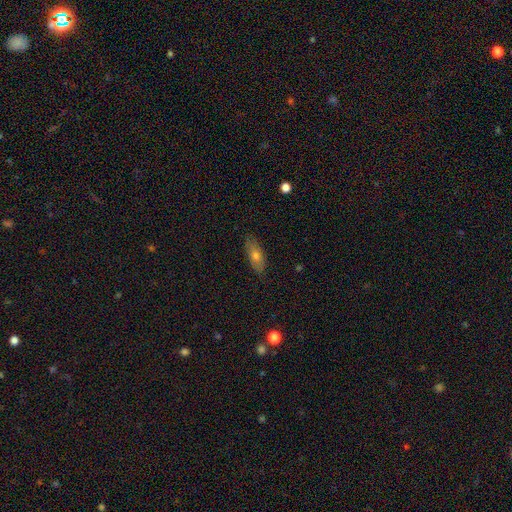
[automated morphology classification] Smooth or featured? Predicted: smooth (p=0.65). How rounded? Predicted: in between (p=0.69). Merging? Predicted: none (p=0.86).